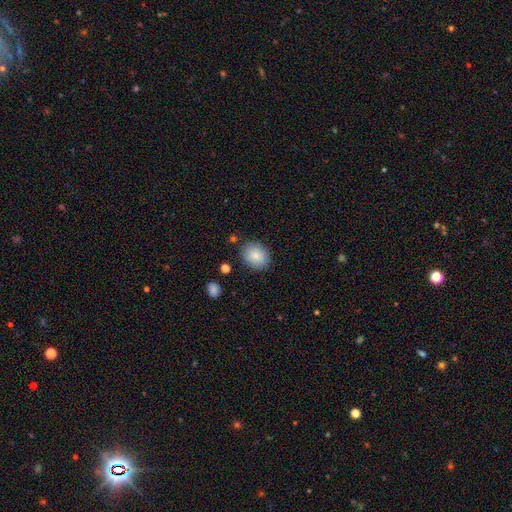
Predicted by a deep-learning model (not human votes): This appears to be a smooth galaxy with no disk features (86%) that is round (51%). Merging: none (84%).